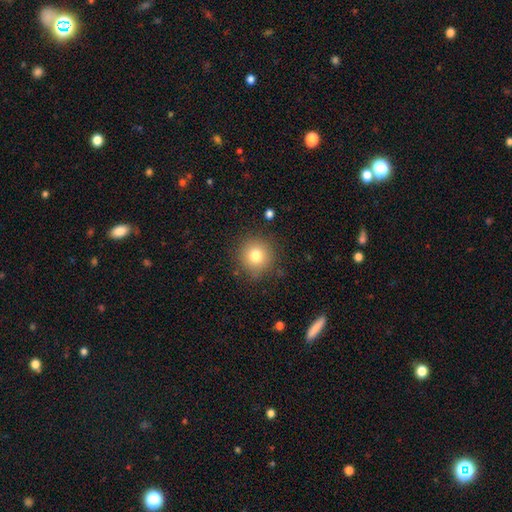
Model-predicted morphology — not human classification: type=smooth (78%); roundness=round (94%); merging=none (86%).